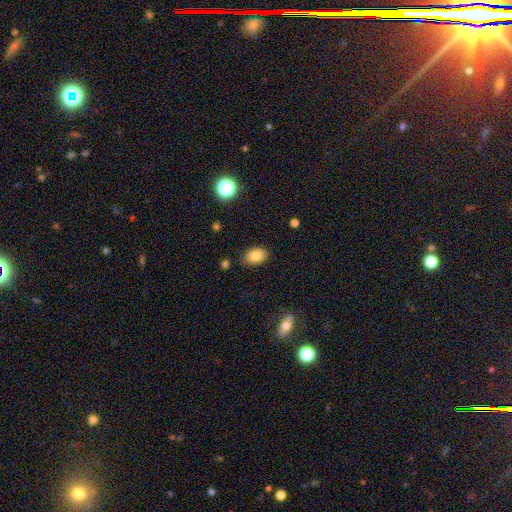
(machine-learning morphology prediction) Smooth or featured? Predicted: smooth (p=0.83). How rounded? Predicted: in between (p=0.81). Merging? Predicted: none (p=0.83).